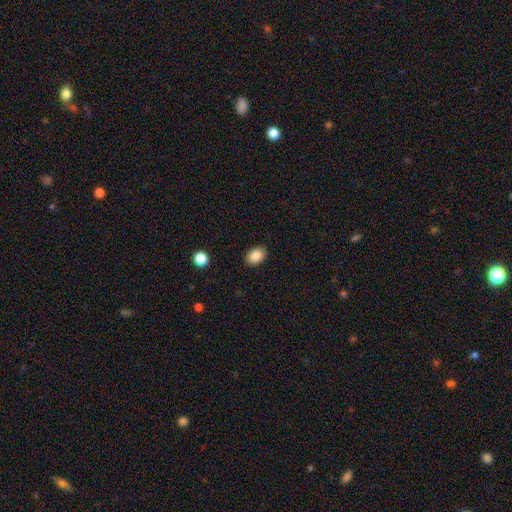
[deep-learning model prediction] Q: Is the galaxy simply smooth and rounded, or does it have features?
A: smooth — 86%.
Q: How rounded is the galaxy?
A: in between — 78%.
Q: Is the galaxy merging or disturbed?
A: none — 88%.